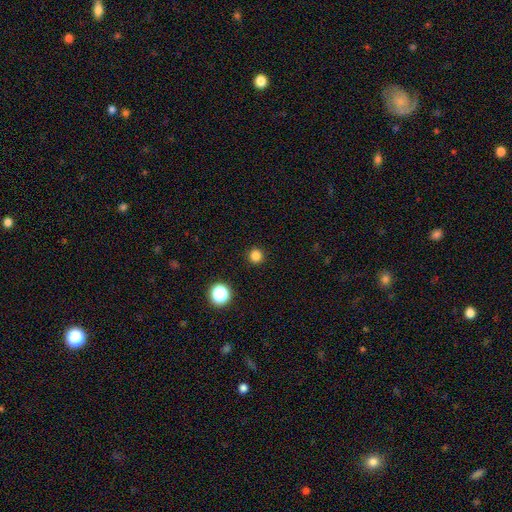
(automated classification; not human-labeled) The model was most divided on "smooth or featured": smooth: 82%, star or artifact: 14%, featured or disk: 3%. More confident: how rounded — round (95%); merging — none (92%).